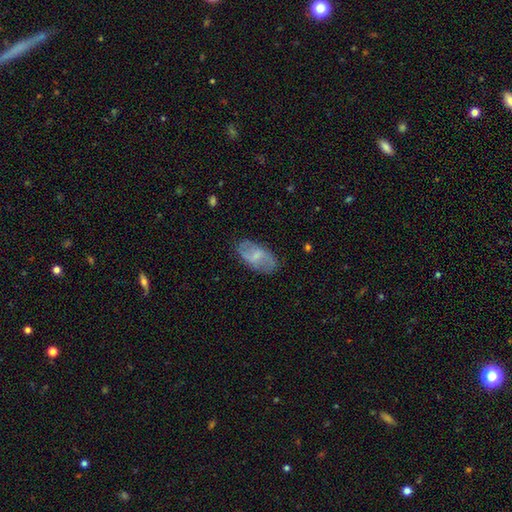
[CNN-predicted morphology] Smooth or featured?
  - featured or disk: 55% *
  - smooth: 38%
  - star or artifact: 7%
Edge-on disk?
  - no: 95% *
  - yes: 5%
Bar?
  - weak: 55% *
  - no: 30%
  - strong: 15%
Spiral arms?
  - yes: 78% *
  - no: 22%
Bulge size?
  - small: 48% *
  - moderate: 26%
  - none: 23%
  - large: 2%
  - dominant: 1%
Merging?
  - none: 76% *
  - minor disturbance: 17%
  - major disturbance: 5%
  - merger: 1%